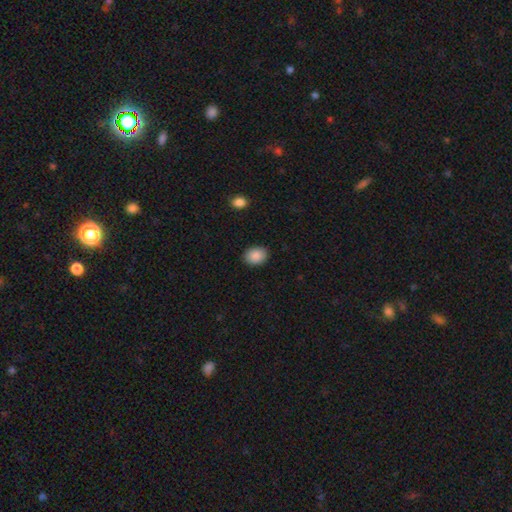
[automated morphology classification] smooth 88%, star or artifact 8%, featured or disk 4%. Down the decision tree: how rounded — in between (68%); merging — none (88%).